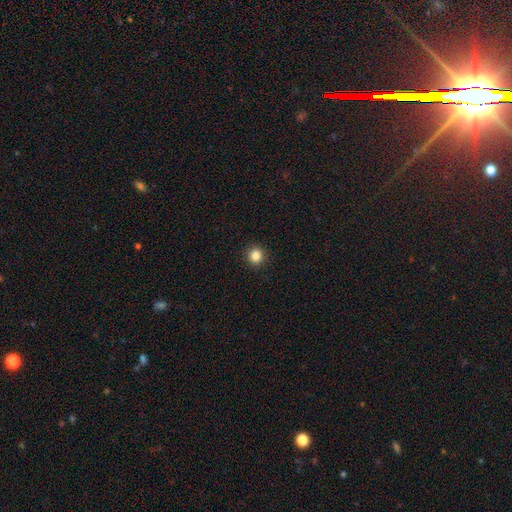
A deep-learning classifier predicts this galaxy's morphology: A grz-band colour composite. It shows a smooth galaxy with no disk features (84%) that is round (90%). Merging: none (93%).